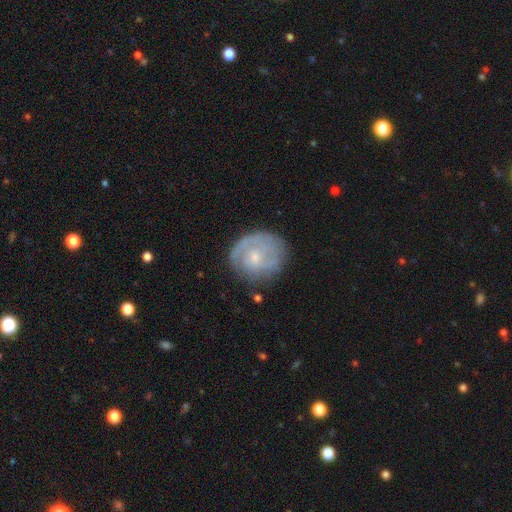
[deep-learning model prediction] This appears to be a featured or disk galaxy (61%) with no bar (73%), spiral arms (76%) and a small central bulge (67%). Merging: none (68%).